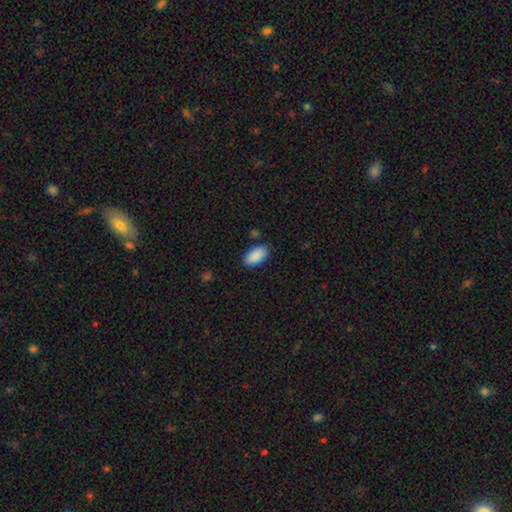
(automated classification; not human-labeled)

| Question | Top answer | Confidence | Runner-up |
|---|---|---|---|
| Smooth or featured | smooth | 90% | star or artifact (6%) |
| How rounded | in between | 93% | cigar-shaped (5%) |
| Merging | none | 85% | minor disturbance (11%) |